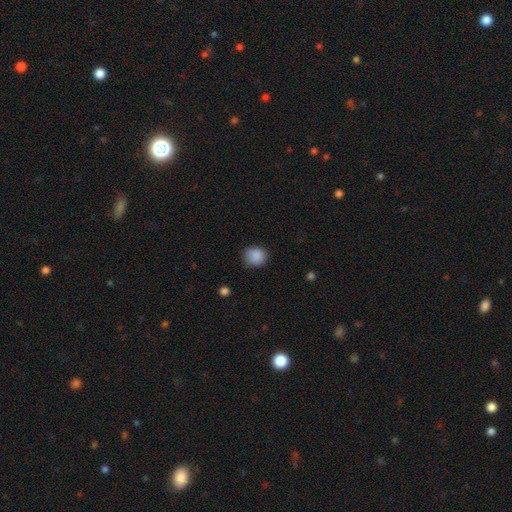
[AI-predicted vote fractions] This is clearly a smooth galaxy (86%). How rounded: likely round (77%). Merging: likely none (70%).